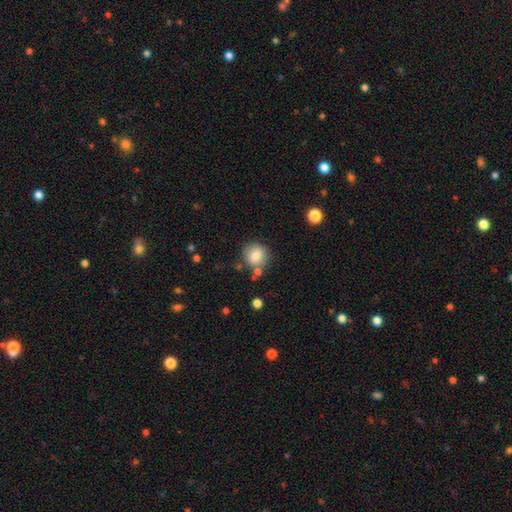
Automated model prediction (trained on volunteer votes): The model was most divided on "merging": none: 76%, minor disturbance: 11%, merger: 9%, major disturbance: 3%. More confident: how rounded — round (90%); smooth or featured — smooth (80%).